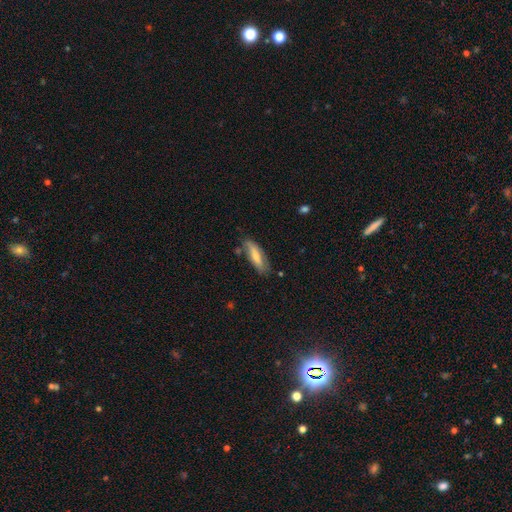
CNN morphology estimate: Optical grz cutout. It shows a smooth galaxy with no disk features (62%) that is cigar-shaped (52%). Merging: none (71%).